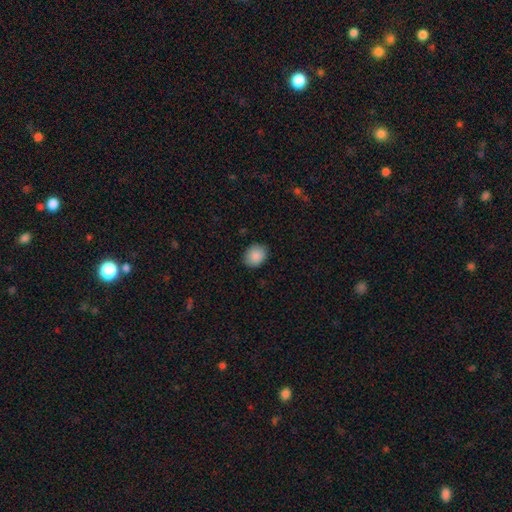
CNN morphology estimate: This appears to be a smooth galaxy with no disk features (89%) that is round (51%). Merging: none (87%).